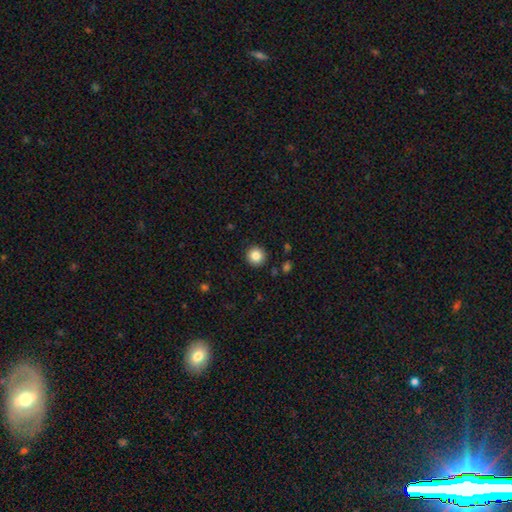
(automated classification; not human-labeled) Q: Smooth or featured?
A: smooth (85%); runner-up: star or artifact (10%)
Q: How rounded?
A: round (95%); runner-up: in between (4%)
Q: Merging?
A: none (92%); runner-up: minor disturbance (5%)